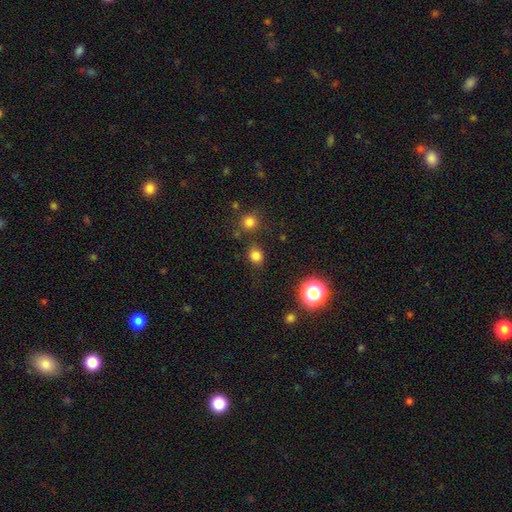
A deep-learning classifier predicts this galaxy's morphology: Q: Smooth or featured?
A: smooth (78%); runner-up: star or artifact (17%)
Q: How rounded?
A: round (70%); runner-up: in between (29%)
Q: Merging?
A: none (80%); runner-up: minor disturbance (11%)